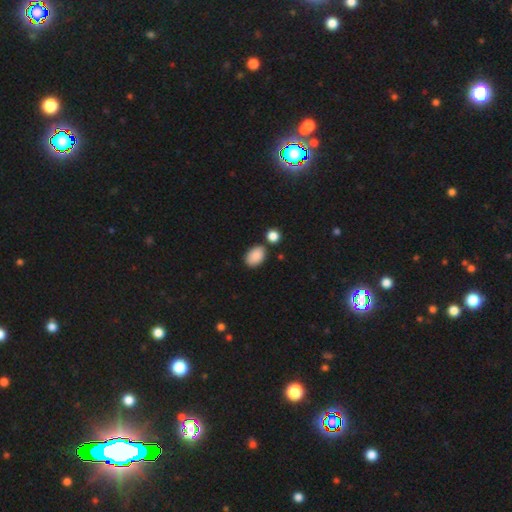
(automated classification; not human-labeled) Smooth or featured?
  - smooth: 87% *
  - star or artifact: 7%
  - featured or disk: 5%
How rounded?
  - in between: 88% *
  - round: 11%
  - cigar-shaped: 1%
Merging?
  - none: 77% *
  - minor disturbance: 12%
  - merger: 9%
  - major disturbance: 3%